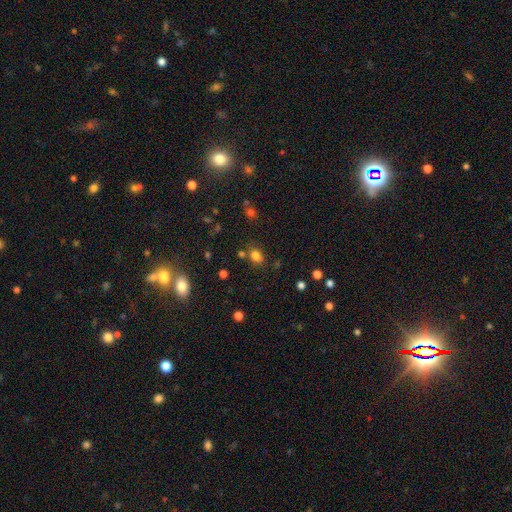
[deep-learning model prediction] smooth 78%, star or artifact 16%, featured or disk 7%. Down the decision tree: how rounded — in between (62%); merging — none (72%).